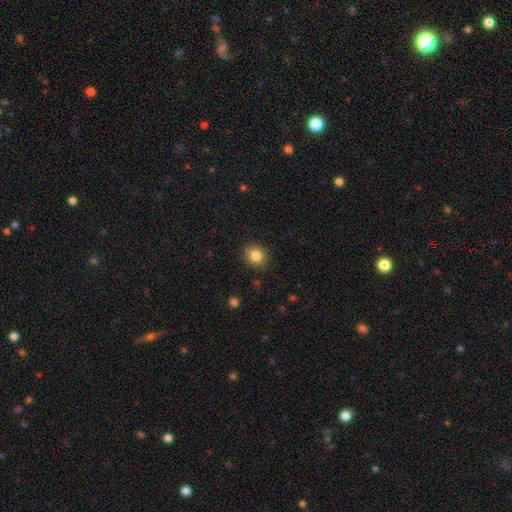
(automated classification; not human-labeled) This appears to be a smooth galaxy with no disk features (83%) that is round (76%). Merging: none (87%).